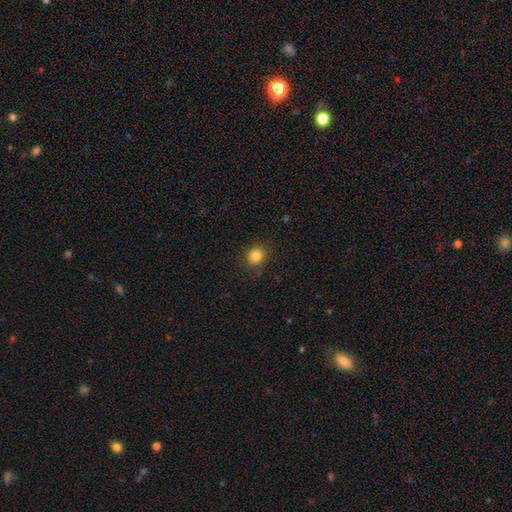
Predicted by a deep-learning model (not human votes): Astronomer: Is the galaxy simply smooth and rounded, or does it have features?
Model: smooth — 84%.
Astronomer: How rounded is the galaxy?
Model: round — 88%.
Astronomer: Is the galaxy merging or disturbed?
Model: none — 88%.